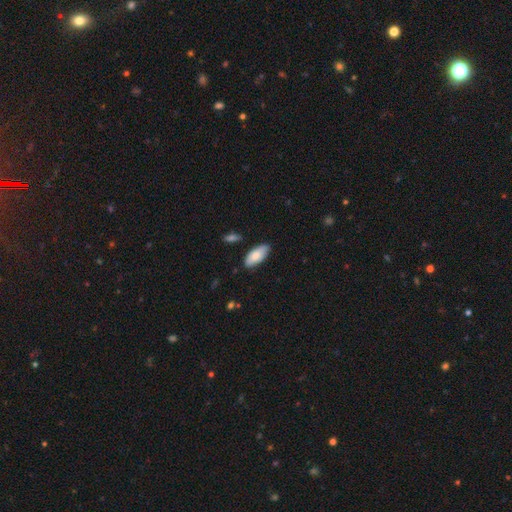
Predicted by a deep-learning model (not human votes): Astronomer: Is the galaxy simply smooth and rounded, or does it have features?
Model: smooth — 78%.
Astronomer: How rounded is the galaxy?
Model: in between — 89%.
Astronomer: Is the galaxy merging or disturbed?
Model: none — 84%.